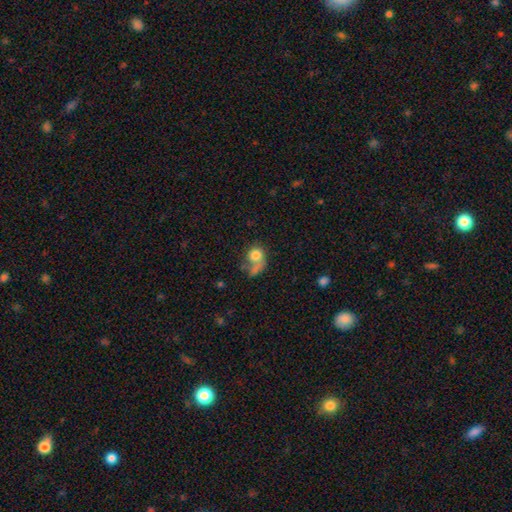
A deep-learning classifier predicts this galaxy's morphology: smooth_or_featured: smooth (p=0.75) [alt: featured or disk p=0.16]
how_rounded: round (p=0.69) [alt: in between p=0.29]
merging: none (p=0.30) [tied with: merger p=0.30]